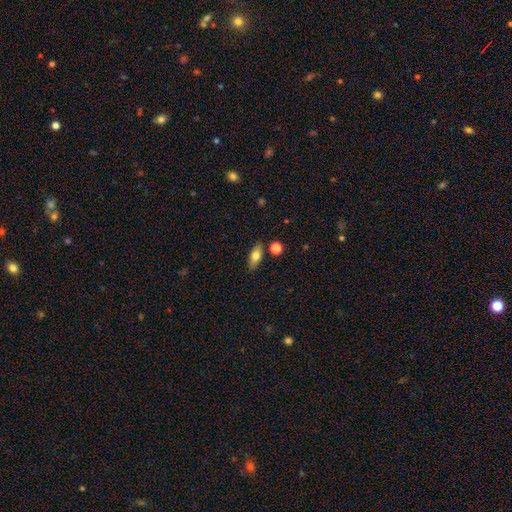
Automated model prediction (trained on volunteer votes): A smooth galaxy with no disk features (71%) that is in between round and cigar-shaped (73%). Merging: none (83%).